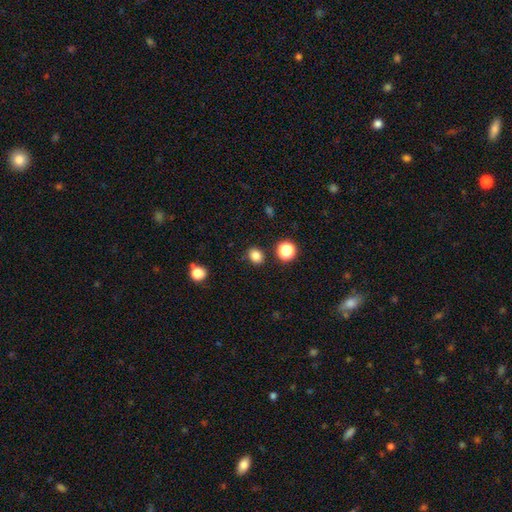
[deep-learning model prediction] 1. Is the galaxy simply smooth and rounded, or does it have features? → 83% smooth, 13% star or artifact, 4% featured or disk.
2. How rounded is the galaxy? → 61% round, 39% in between, 1% cigar-shaped.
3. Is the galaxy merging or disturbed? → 85% none, 9% minor disturbance, 3% merger, 3% major disturbance.